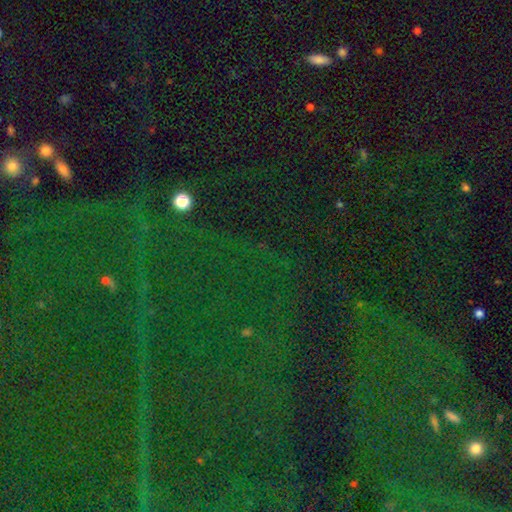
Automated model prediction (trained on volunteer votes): smooth-or-featured: star or artifact: 84% | smooth: 9% | featured or disk: 8%